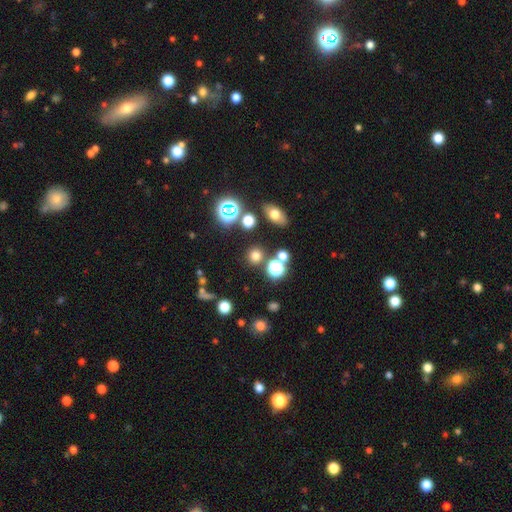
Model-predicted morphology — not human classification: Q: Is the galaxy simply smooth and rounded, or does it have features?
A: smooth — 69%.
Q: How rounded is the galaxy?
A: round — 89%.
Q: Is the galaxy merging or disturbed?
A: none — 82%.